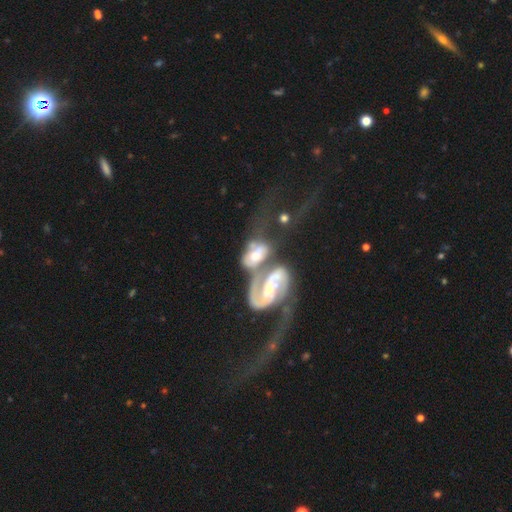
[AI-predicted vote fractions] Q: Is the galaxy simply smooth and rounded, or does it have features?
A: featured or disk — 69%.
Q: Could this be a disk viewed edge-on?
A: no — 96%.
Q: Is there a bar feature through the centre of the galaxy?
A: no — 45%.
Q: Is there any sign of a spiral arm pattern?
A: yes — 83%.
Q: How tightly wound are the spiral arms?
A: medium — 44%.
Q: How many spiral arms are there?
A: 2 — 76%.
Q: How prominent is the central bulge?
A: moderate — 52%.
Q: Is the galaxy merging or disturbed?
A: merger — 69%.